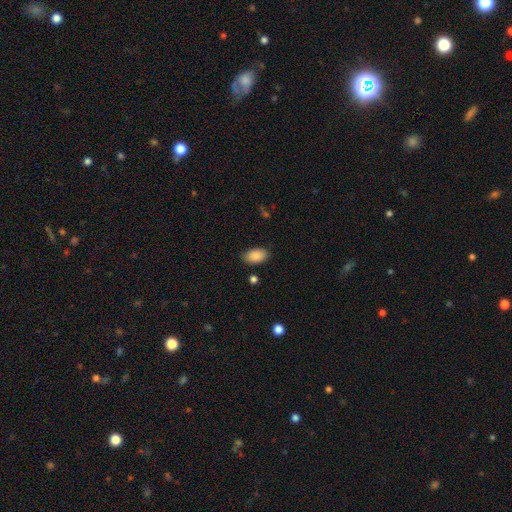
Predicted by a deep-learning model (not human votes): The model was most divided on "merging": none: 85%, minor disturbance: 10%, major disturbance: 3%, merger: 2%. More confident: how rounded — in between (93%); smooth or featured — smooth (89%).